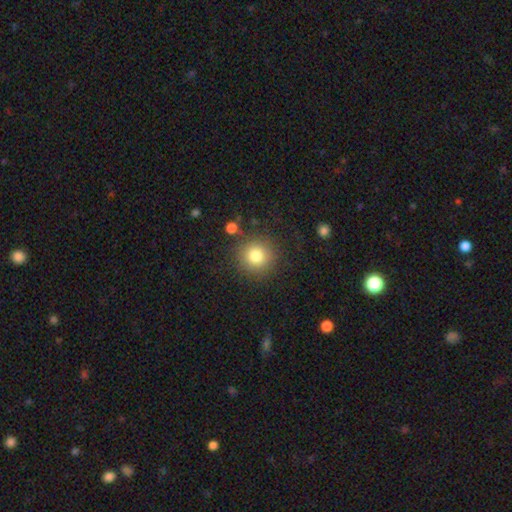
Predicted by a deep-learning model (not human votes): Q: Smooth or featured?
A: smooth (80%); runner-up: star or artifact (12%)
Q: How rounded?
A: round (93%); runner-up: in between (6%)
Q: Merging?
A: none (85%); runner-up: minor disturbance (8%)